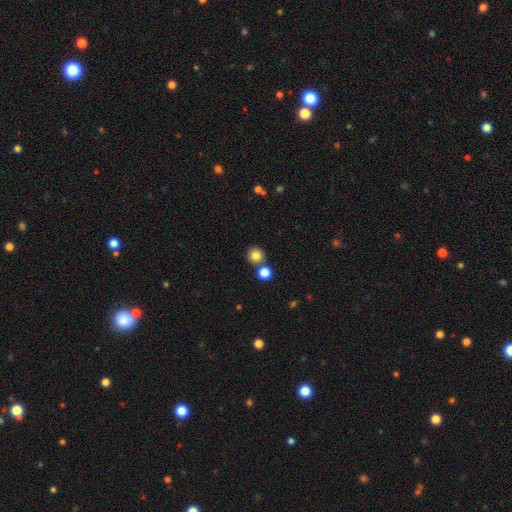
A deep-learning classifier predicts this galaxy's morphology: smooth 81%, star or artifact 12%, featured or disk 6%. Down the decision tree: how rounded — round (92%); merging — none (74%).